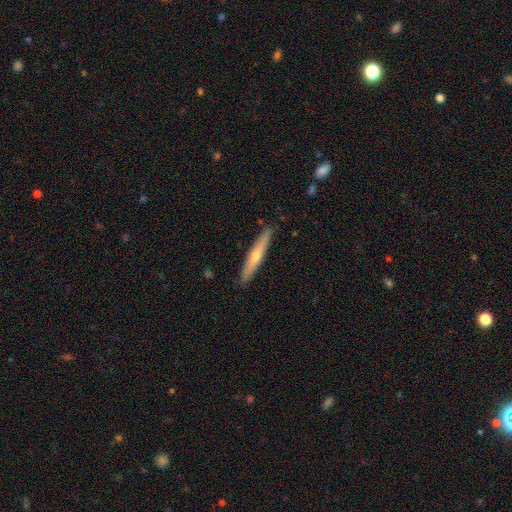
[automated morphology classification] type=smooth (48%); merging=none (90%).